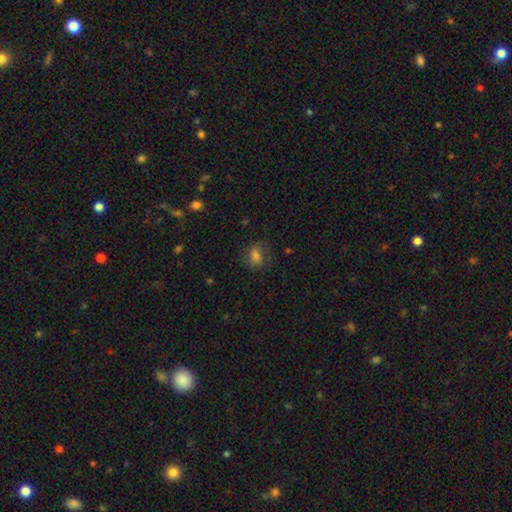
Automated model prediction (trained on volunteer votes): Smooth or featured? smooth (70%)
How rounded? in between (52%)
Merging? none (67%)